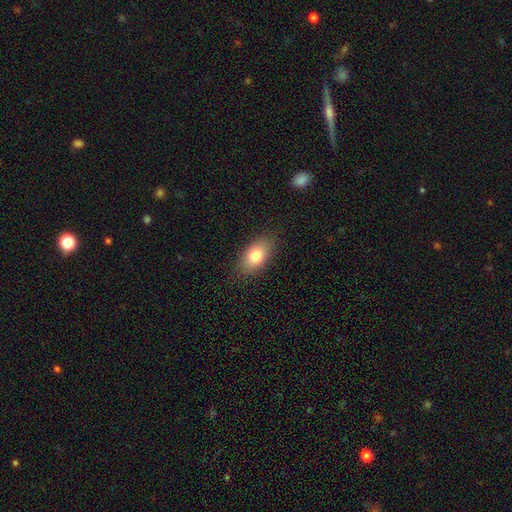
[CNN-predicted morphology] Smooth or featured?
  - smooth: 81% *
  - featured or disk: 11%
  - star or artifact: 8%
How rounded?
  - in between: 90% *
  - round: 7%
  - cigar-shaped: 3%
Merging?
  - none: 86% *
  - minor disturbance: 11%
  - major disturbance: 3%
  - merger: 1%